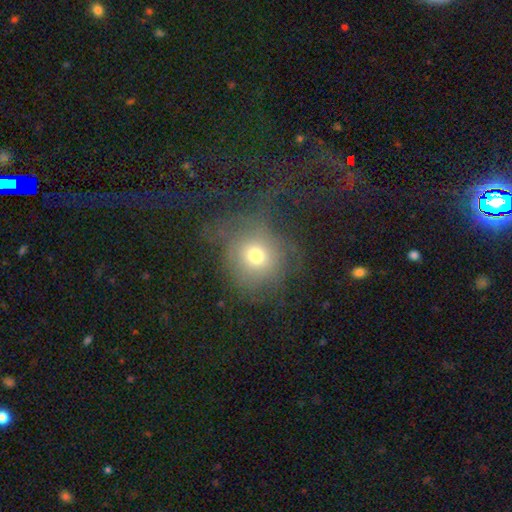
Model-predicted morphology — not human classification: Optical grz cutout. It shows a smooth galaxy with no disk features (60%) that is round (86%). Merging: none (45%).